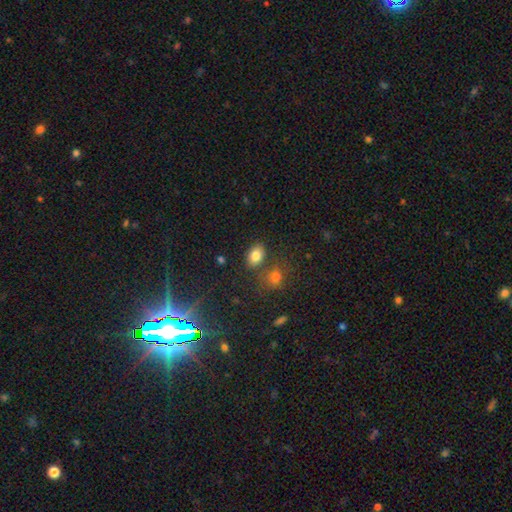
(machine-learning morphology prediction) The model was most divided on "merging": none: 74%, minor disturbance: 12%, merger: 10%, major disturbance: 4%. More confident: how rounded — in between (84%); smooth or featured — smooth (81%).